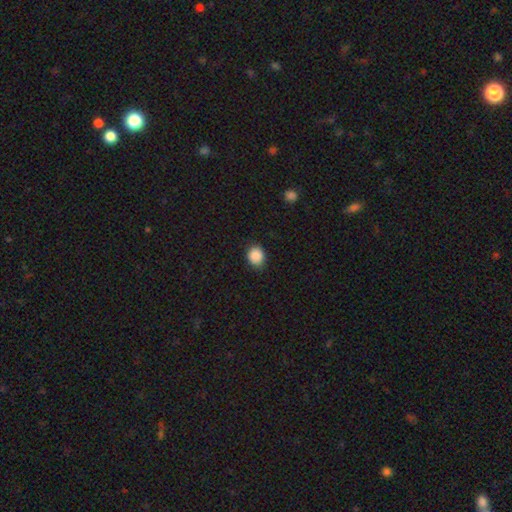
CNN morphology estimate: This is clearly a smooth galaxy (89%). How rounded: likely round (67%). Merging: clearly none (86%).